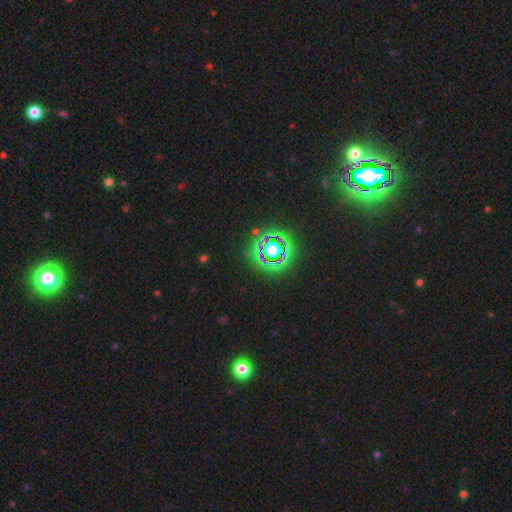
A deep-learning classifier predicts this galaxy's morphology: Smooth or featured?
  - star or artifact: 79% *
  - smooth: 15%
  - featured or disk: 6%